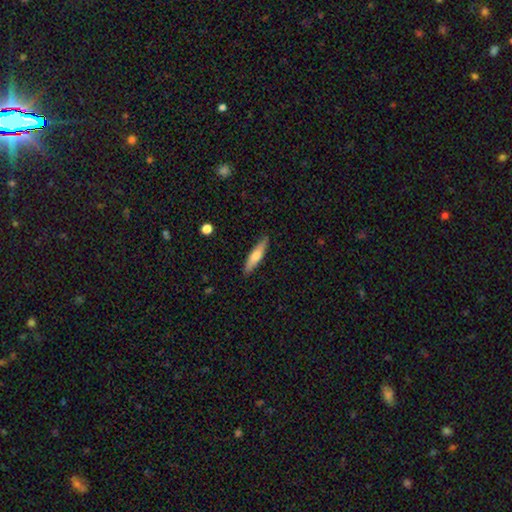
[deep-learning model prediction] smooth 63%, featured or disk 31%, star or artifact 6%. Down the decision tree: how rounded — cigar-shaped (78%); merging — none (89%).